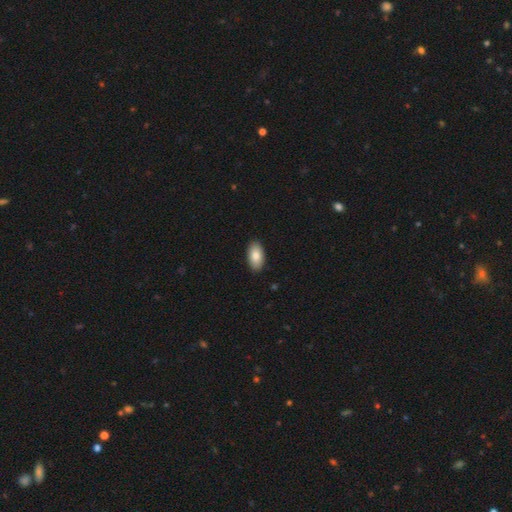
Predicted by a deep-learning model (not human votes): Smooth or featured? smooth (85%)
How rounded? in between (95%)
Merging? none (90%)